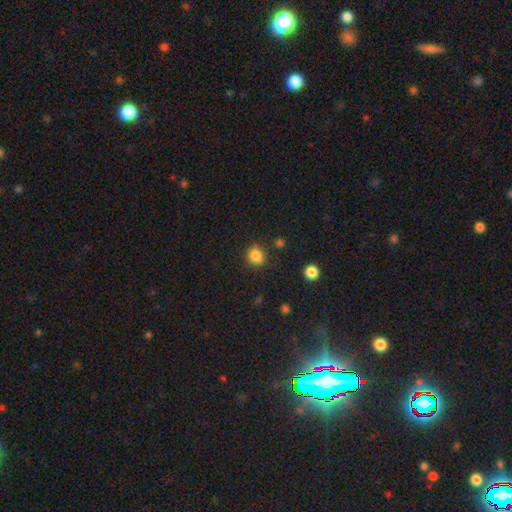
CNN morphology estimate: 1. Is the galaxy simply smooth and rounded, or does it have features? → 85% smooth, 11% star or artifact, 4% featured or disk.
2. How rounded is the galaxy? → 81% round, 18% in between, 1% cigar-shaped.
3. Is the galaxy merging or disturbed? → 84% none, 10% minor disturbance, 3% major disturbance, 3% merger.